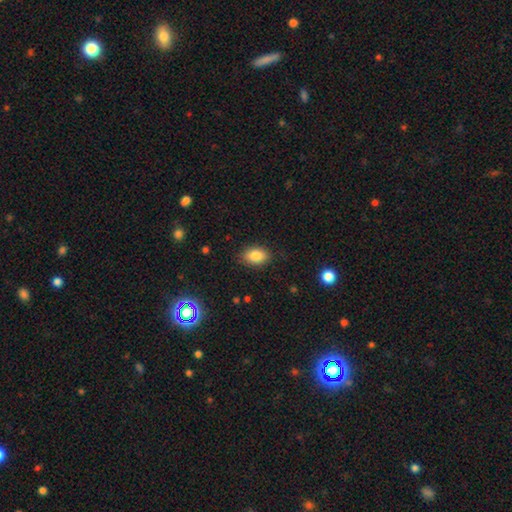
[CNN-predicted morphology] smooth-or-featured: smooth: 84% | star or artifact: 9% | featured or disk: 7%
  how-rounded: in between: 87% | round: 12% | cigar-shaped: 2%
  merging: none: 85% | minor disturbance: 11% | major disturbance: 3% | merger: 1%